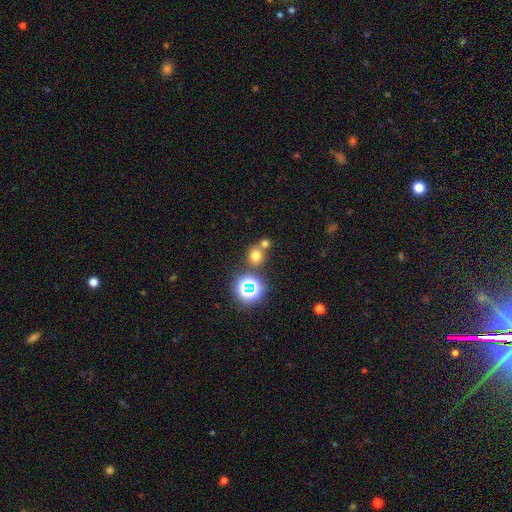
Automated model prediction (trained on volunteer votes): A smooth galaxy with no disk features (65%) that is round (84%). Merging: none (59%).